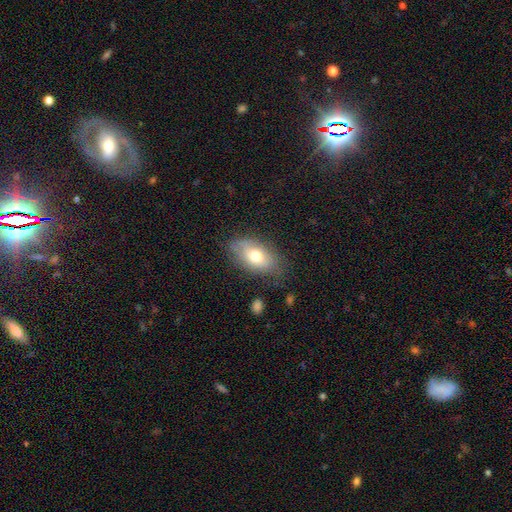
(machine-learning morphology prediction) smooth 66%, featured or disk 26%, star or artifact 8%. Down the decision tree: how rounded — in between (90%); merging — none (69%).